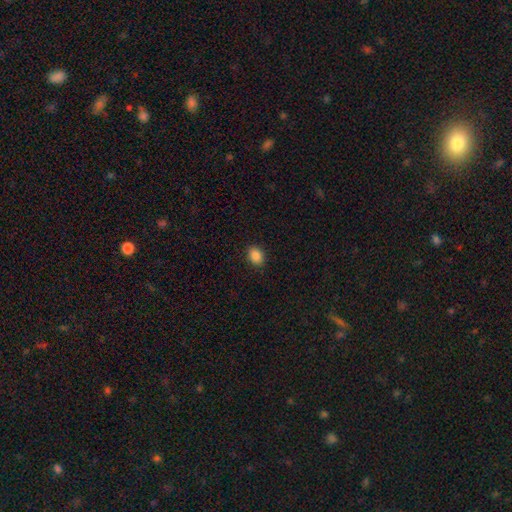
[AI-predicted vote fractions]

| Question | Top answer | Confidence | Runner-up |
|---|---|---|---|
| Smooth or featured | smooth | 87% | star or artifact (9%) |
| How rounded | in between | 68% | round (31%) |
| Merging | none | 90% | minor disturbance (8%) |